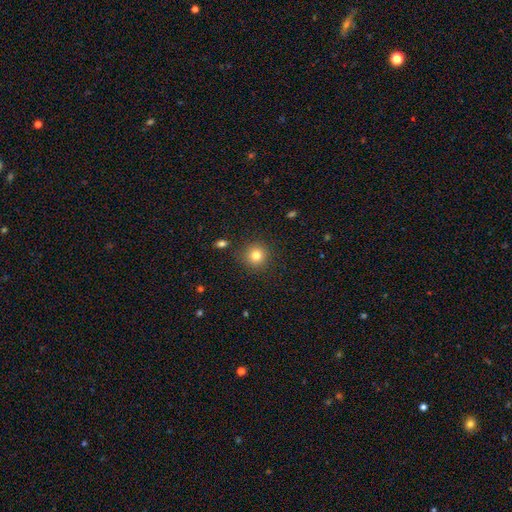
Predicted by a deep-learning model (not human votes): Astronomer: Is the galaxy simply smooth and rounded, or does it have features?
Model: smooth — 80%.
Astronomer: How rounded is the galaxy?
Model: round — 93%.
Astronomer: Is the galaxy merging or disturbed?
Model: none — 89%.